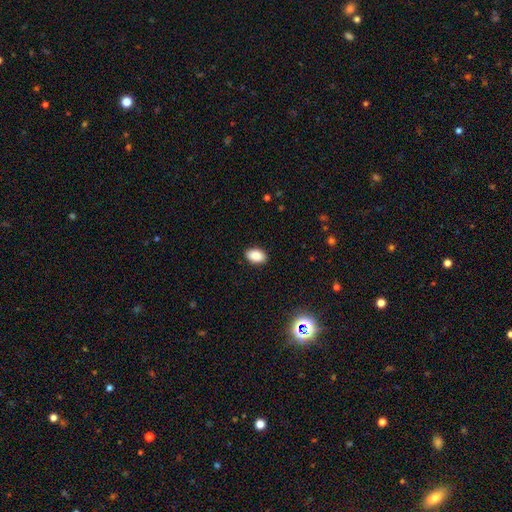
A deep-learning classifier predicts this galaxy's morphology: smooth 89%, star or artifact 8%, featured or disk 3%. Down the decision tree: how rounded — in between (89%); merging — none (89%).